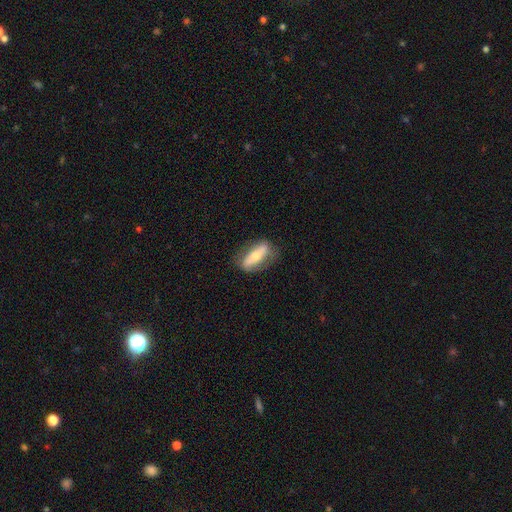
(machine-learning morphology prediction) Q: Smooth or featured?
A: smooth (48%); runner-up: featured or disk (46%)
Q: Merging?
A: none (71%); runner-up: minor disturbance (20%)